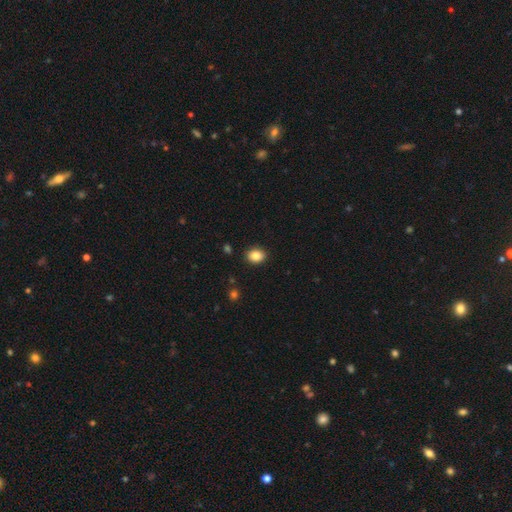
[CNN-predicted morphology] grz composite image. It shows a smooth galaxy with no disk features (86%) that is in between round and cigar-shaped (57%). Merging: none (89%).